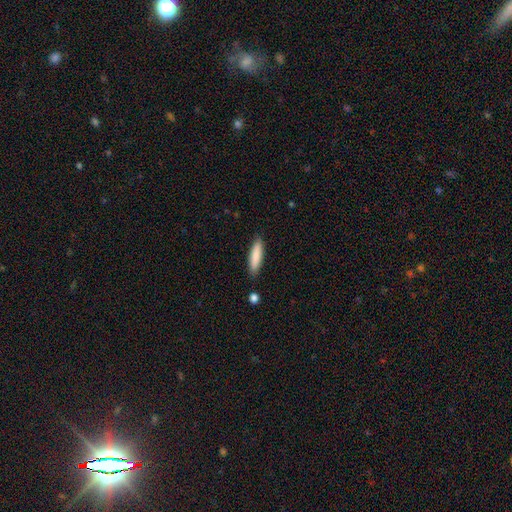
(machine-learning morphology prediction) Smooth or featured? smooth (85%)
How rounded? cigar-shaped (75%)
Merging? none (87%)